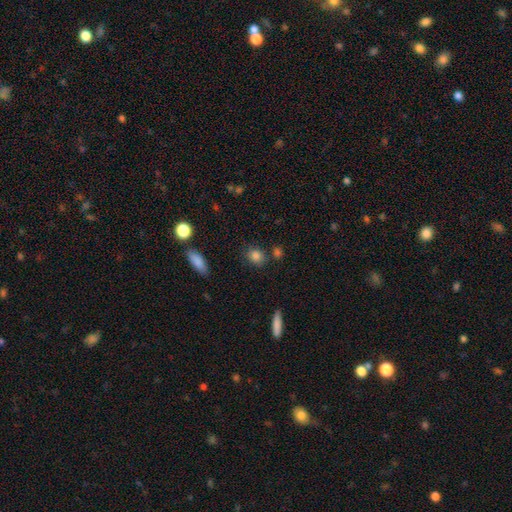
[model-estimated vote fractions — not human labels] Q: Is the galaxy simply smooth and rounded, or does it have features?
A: smooth — 84%.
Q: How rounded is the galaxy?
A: round — 60%.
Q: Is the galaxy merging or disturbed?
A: none — 77%.